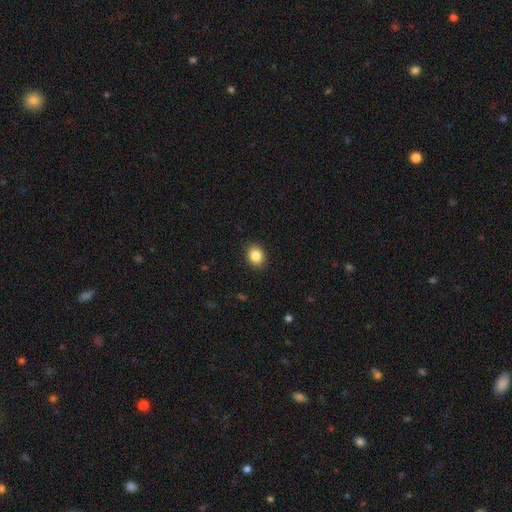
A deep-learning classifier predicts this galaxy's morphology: Overall: smooth (85%). How rounded: round (59%; in between 41%). Merging: none (90%).